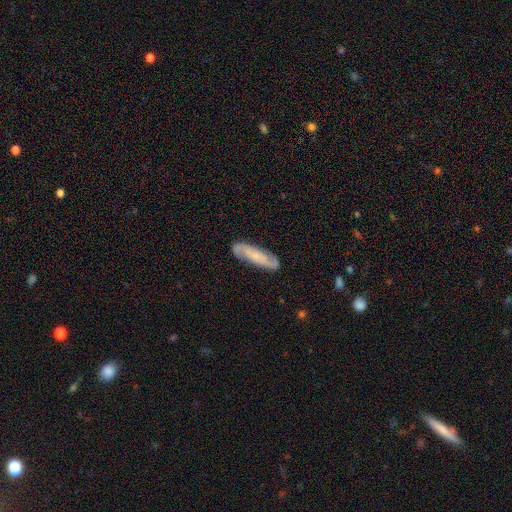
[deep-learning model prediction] The model was most divided on "bar": no: 49%, weak: 32%, strong: 19%. More confident: spiral arms — yes (92%); edge-on disk — no (83%); merging — none (82%); smooth or featured — featured or disk (64%); bulge size — small (53%).